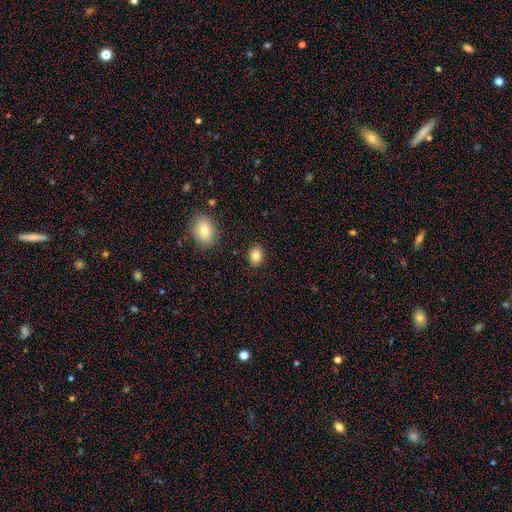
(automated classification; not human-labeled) A smooth galaxy with no disk features (83%) that is in between round and cigar-shaped (56%).

Vote fractions:
- Smooth or featured? smooth: 83% / star or artifact: 10% / featured or disk: 7%
- How rounded? in between: 56% / round: 43% / cigar-shaped: 1%
- Merging? none: 87% / minor disturbance: 8% / major disturbance: 2% / merger: 2%